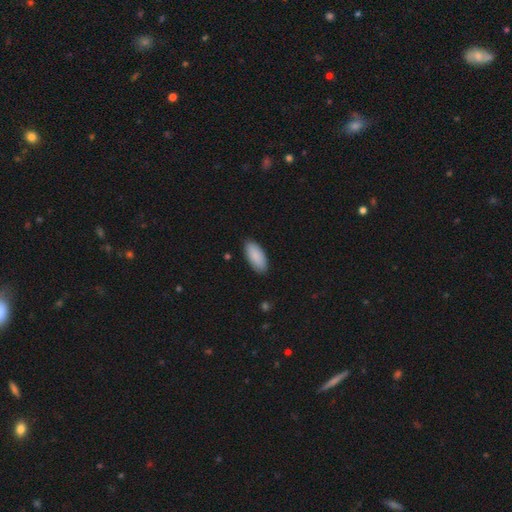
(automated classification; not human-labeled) Morphology: type=smooth (90%); roundness=in between (90%); merging=none (87%).